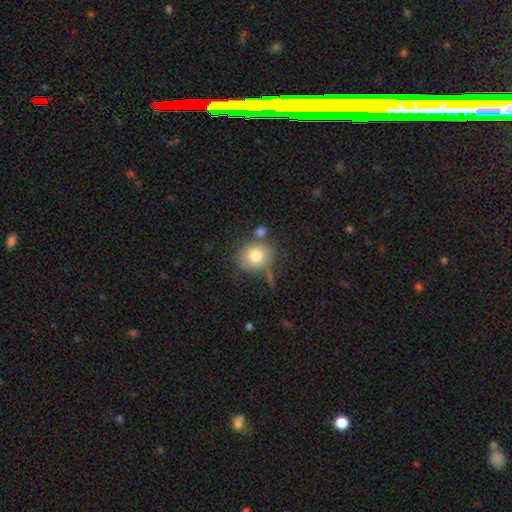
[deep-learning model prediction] smooth 76%, featured or disk 15%, star or artifact 9%. Down the decision tree: how rounded — round (74%); merging — none (61%).